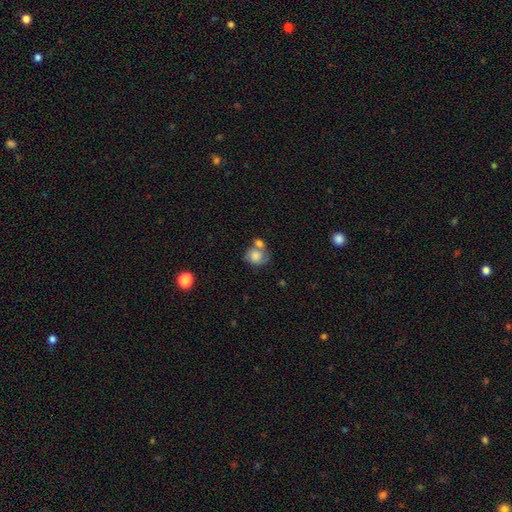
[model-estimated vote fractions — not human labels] Overall: smooth (73%). How rounded: round (71%). Merging: merger (45%; none 33%).